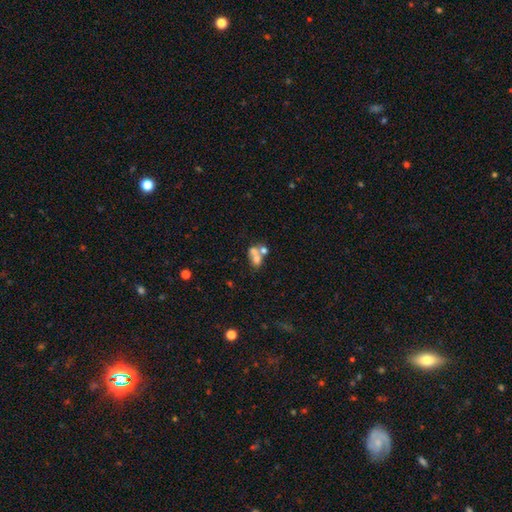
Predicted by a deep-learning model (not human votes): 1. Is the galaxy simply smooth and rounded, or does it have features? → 56% smooth, 30% featured or disk, 14% star or artifact.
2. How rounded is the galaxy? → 64% in between, 33% round, 3% cigar-shaped.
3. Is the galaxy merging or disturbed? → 60% merger, 23% none, 8% major disturbance, 8% minor disturbance.